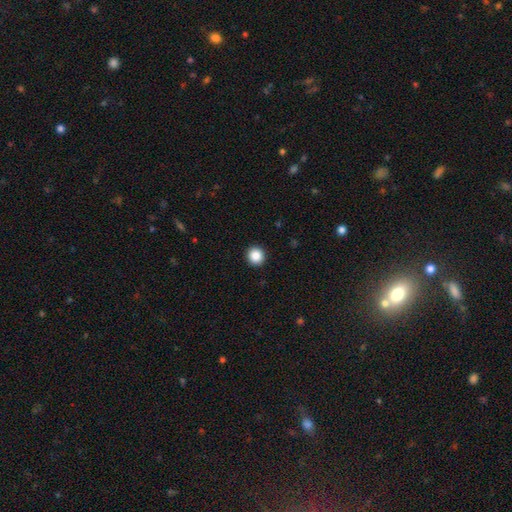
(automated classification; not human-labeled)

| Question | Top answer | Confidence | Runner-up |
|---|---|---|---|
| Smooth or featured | smooth | 87% | star or artifact (10%) |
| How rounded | round | 94% | in between (5%) |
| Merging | none | 93% | minor disturbance (4%) |